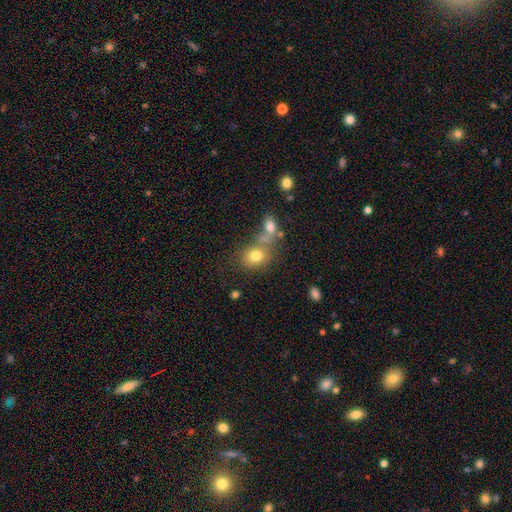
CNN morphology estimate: A smooth galaxy with no disk features (77%) that is round (55%). Merging: none (48%).